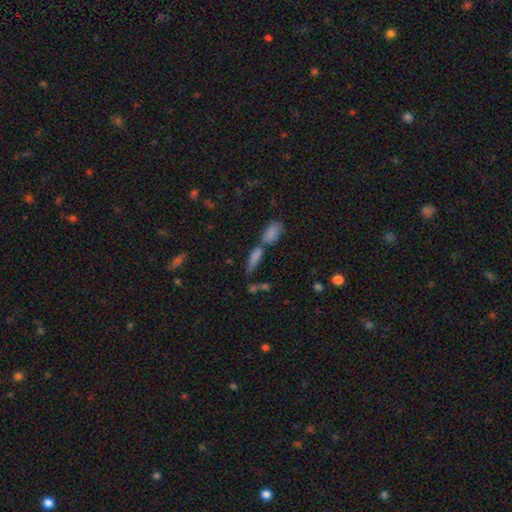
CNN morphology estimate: A smooth galaxy with no disk features (66%) that is cigar-shaped (52%). Merging: none (43%, tied with merger).